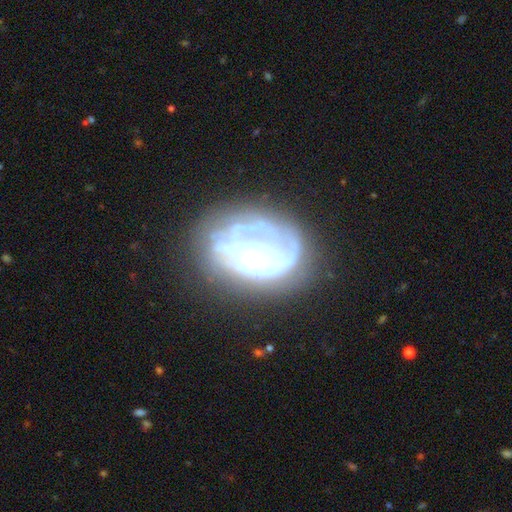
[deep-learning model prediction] Smooth or featured? Predicted: featured or disk (p=0.72). Edge-on disk? Predicted: no (p=0.96). Bar? Predicted: no (p=0.68). Spiral arms? Predicted: yes (p=0.51). Bulge size? Predicted: none (p=0.39). Merging? Predicted: none (p=0.54).